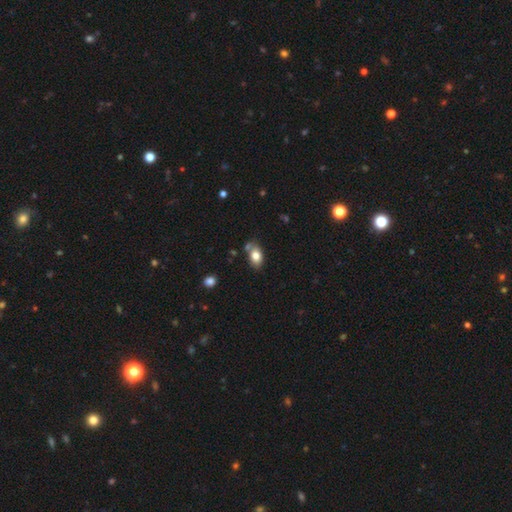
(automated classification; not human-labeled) Smooth or featured? Predicted: smooth (p=0.78). How rounded? Predicted: in between (p=0.87). Merging? Predicted: none (p=0.64).